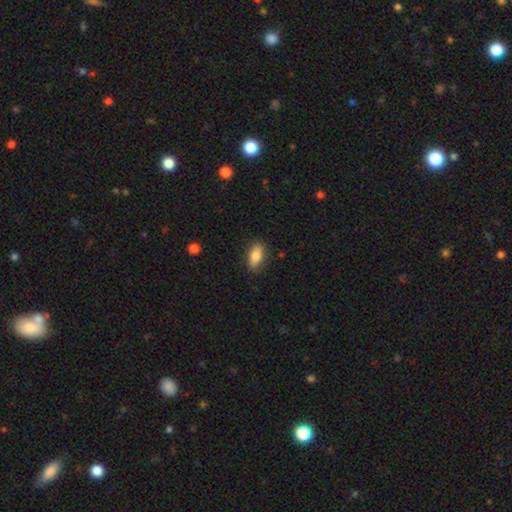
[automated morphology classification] type=smooth (81%); roundness=in between (86%); merging=none (83%).